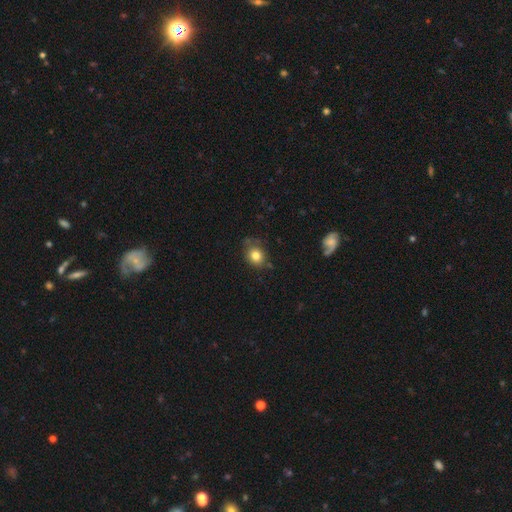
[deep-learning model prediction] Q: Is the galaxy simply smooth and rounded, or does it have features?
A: smooth — 81%.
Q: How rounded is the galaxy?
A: round — 64%.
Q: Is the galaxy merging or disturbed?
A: none — 71%.